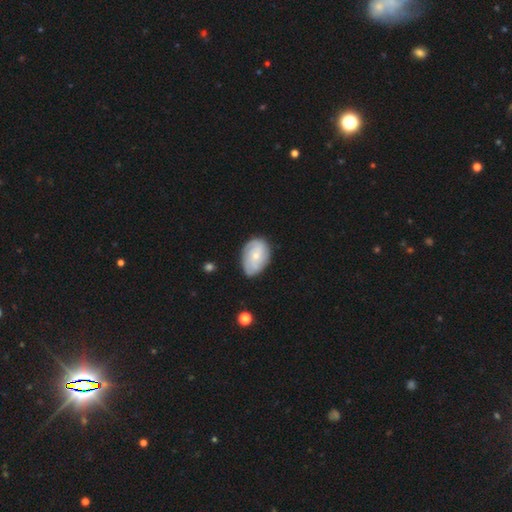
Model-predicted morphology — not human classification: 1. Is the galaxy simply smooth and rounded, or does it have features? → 53% featured or disk, 41% smooth, 6% star or artifact.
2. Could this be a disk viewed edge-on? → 96% no, 4% yes.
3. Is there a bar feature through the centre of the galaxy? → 70% no, 26% weak, 4% strong.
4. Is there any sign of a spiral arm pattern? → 80% yes, 20% no.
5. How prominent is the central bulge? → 62% small, 34% moderate, 2% none, 1% large, 1% dominant.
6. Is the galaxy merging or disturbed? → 69% none, 24% minor disturbance, 5% major disturbance, 2% merger.